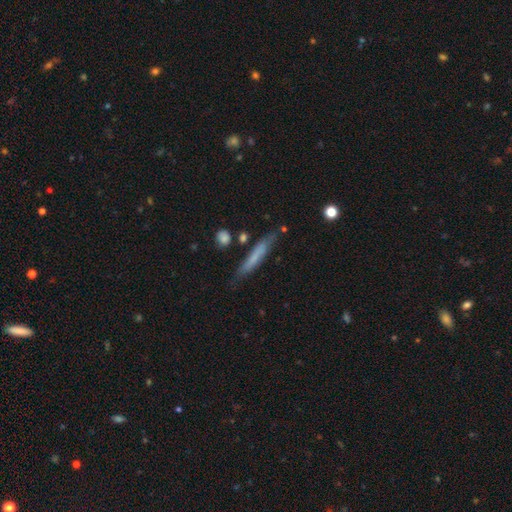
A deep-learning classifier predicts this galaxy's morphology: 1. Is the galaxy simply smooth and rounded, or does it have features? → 61% smooth, 32% featured or disk, 7% star or artifact.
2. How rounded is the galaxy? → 92% cigar-shaped, 6% in between, 2% round.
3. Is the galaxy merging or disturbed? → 78% none, 14% minor disturbance, 4% merger, 4% major disturbance.